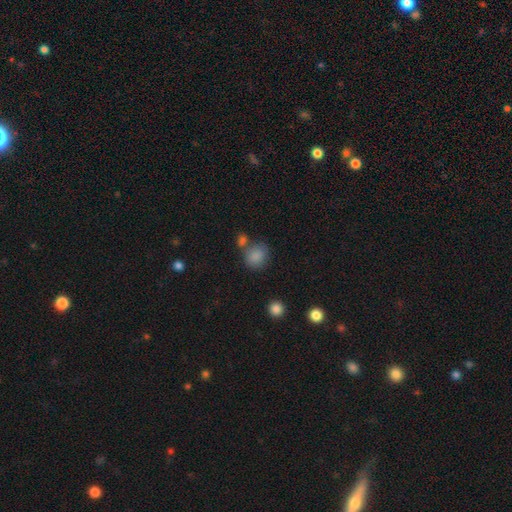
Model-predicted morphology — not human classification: Overall: smooth (85%). How rounded: round (75%). Merging: none (60%; merger 22%).